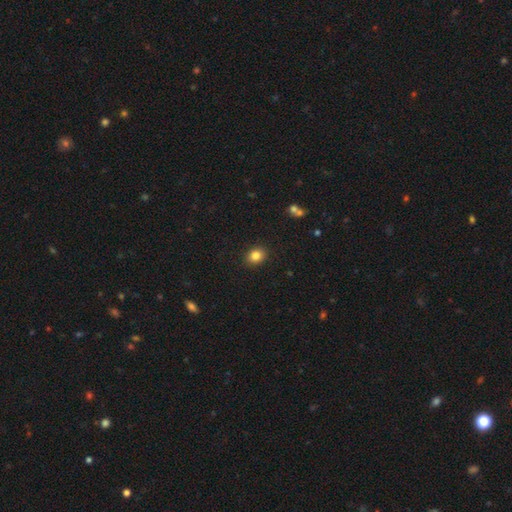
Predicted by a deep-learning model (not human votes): Morphology: type=smooth (84%); roundness=round (57%); merging=none (90%).